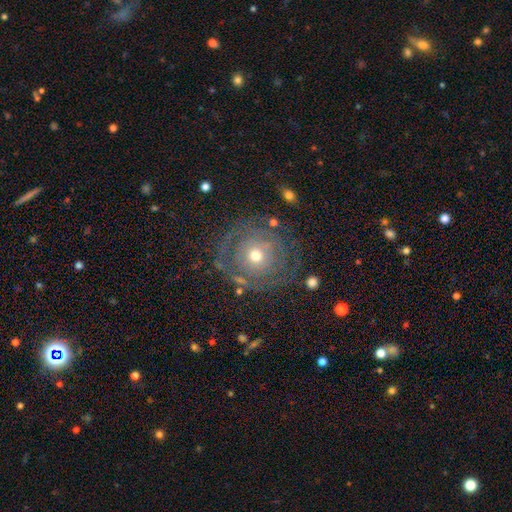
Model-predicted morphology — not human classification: Smooth or featured?
  - featured or disk: 59% *
  - smooth: 31%
  - star or artifact: 10%
Edge-on disk?
  - no: 96% *
  - yes: 4%
Bar?
  - no: 85% *
  - weak: 11%
  - strong: 3%
Spiral arms?
  - yes: 58% *
  - no: 42%
Bulge size?
  - moderate: 59% *
  - small: 33%
  - large: 5%
  - dominant: 1%
  - none: 1%
Merging?
  - none: 70% *
  - minor disturbance: 15%
  - major disturbance: 12%
  - merger: 3%